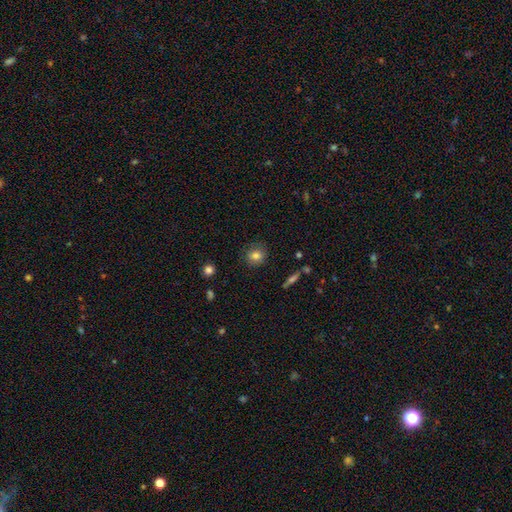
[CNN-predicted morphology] This is likely a smooth galaxy (80%). How rounded: likely round (77%). Merging: clearly none (84%).